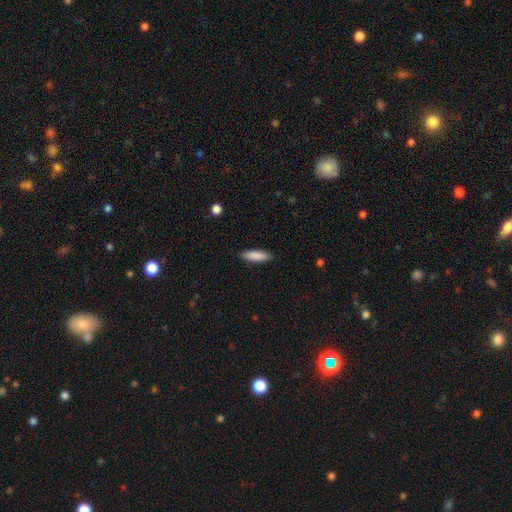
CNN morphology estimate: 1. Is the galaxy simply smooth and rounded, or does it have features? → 88% smooth, 6% featured or disk, 6% star or artifact.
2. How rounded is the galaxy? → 59% cigar-shaped, 40% in between, 1% round.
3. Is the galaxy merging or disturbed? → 89% none, 8% minor disturbance, 2% major disturbance, 1% merger.